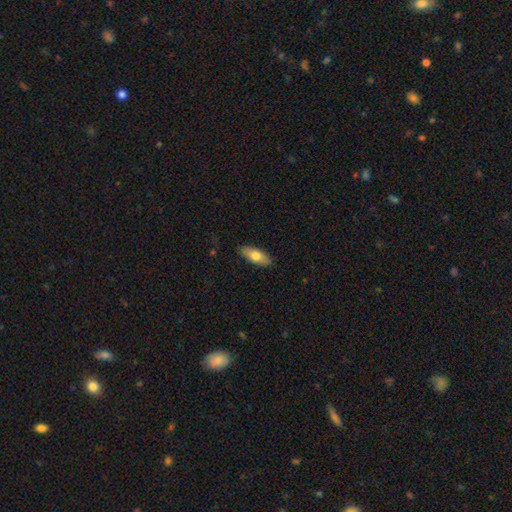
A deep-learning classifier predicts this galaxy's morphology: A smooth galaxy with no disk features (74%) that is in between round and cigar-shaped (81%).

Vote fractions:
- Smooth or featured? smooth: 74% / featured or disk: 20% / star or artifact: 6%
- How rounded? in between: 81% / cigar-shaped: 17% / round: 3%
- Merging? none: 88% / minor disturbance: 9% / major disturbance: 2% / merger: 1%